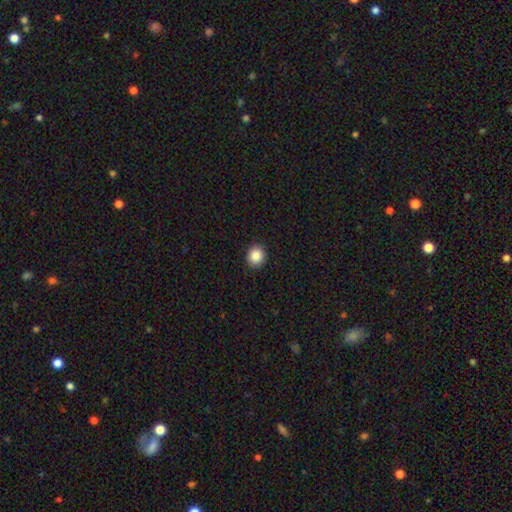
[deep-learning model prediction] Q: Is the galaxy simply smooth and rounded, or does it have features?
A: smooth — 87%.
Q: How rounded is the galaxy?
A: round — 78%.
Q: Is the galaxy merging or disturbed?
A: none — 90%.